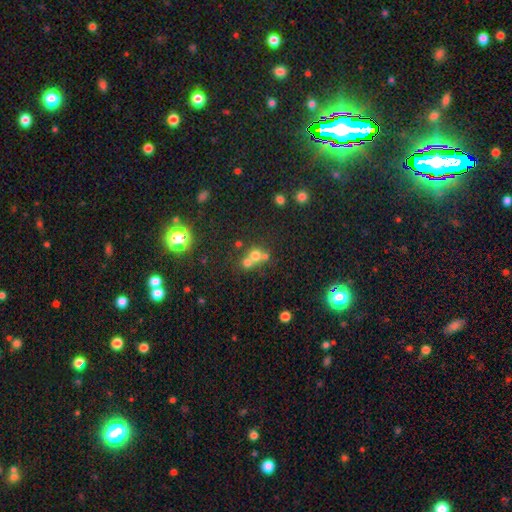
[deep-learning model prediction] Smooth or featured: smooth — 61% (star or artifact — 21%)
How rounded: round — 84% (in between — 15%)
Merging: merger — 56% (none — 35%)